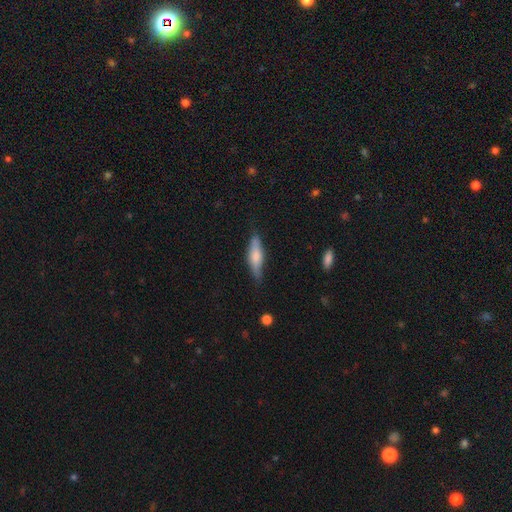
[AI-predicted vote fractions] smooth-or-featured: smooth: 58% | featured or disk: 36% | star or artifact: 6%
  how-rounded: cigar-shaped: 60% | in between: 37% | round: 2%
  merging: none: 74% | minor disturbance: 20% | major disturbance: 4% | merger: 2%